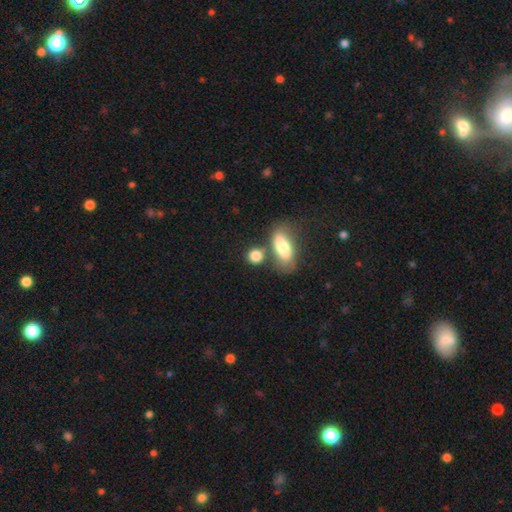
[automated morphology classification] The model was most divided on "how rounded": round: 65%, in between: 31%, cigar-shaped: 5%. More confident: smooth or featured — smooth (82%); merging — none (59%).